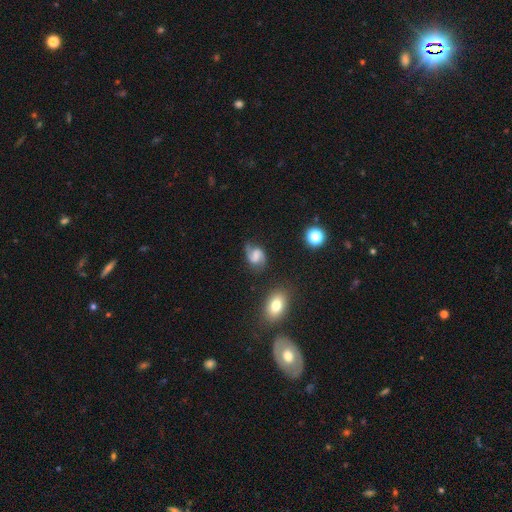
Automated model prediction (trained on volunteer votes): This is likely a featured or disk galaxy (70%). It is clearly not viewed edge-on (97%). Bar: possibly weak (49%). Spiral arm pattern: clearly yes (94%). Spiral arm count: clearly 2 (87%). Spiral winding: marginally medium (45%). Central bulge: marginally none (44%). Merging: likely none (66%).